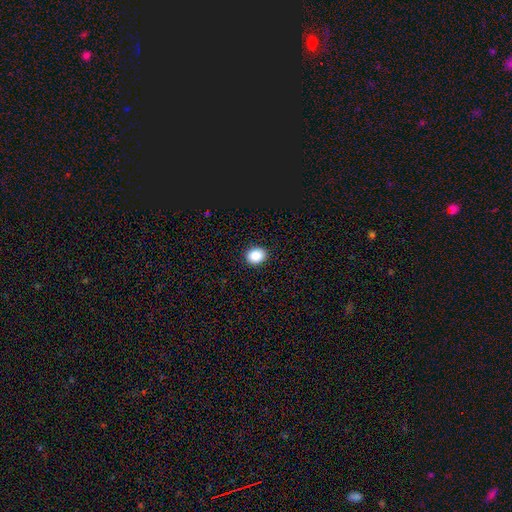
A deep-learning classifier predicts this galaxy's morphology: A smooth galaxy with no disk features (88%) that is round (55%).

Vote fractions:
- Smooth or featured? smooth: 88% / star or artifact: 9% / featured or disk: 3%
- How rounded? round: 55% / in between: 44% / cigar-shaped: 1%
- Merging? none: 91% / minor disturbance: 6% / major disturbance: 2% / merger: 1%